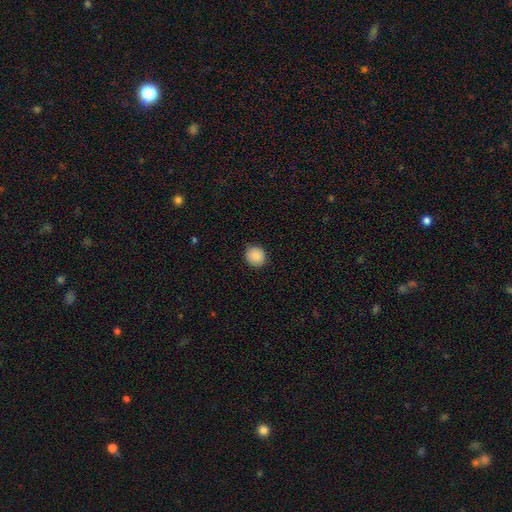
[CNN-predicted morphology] type=smooth (88%); roundness=round (86%); merging=none (87%).